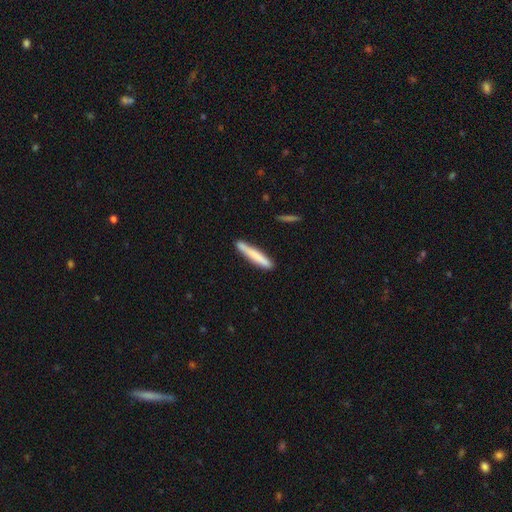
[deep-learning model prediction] Smooth or featured? Predicted: smooth (p=0.76). How rounded? Predicted: cigar-shaped (p=0.95). Merging? Predicted: none (p=0.84).